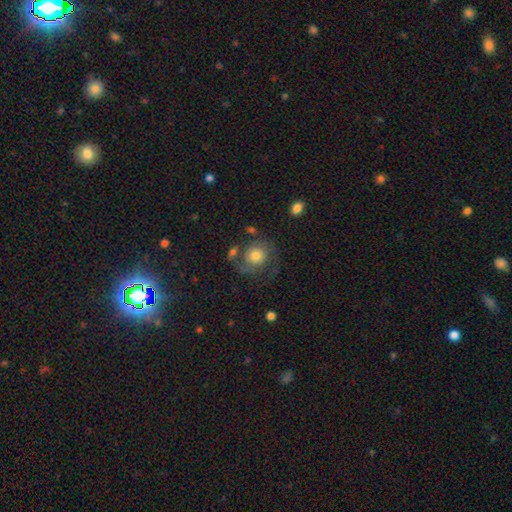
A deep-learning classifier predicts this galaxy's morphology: This is possibly a featured or disk galaxy (52%). It is clearly not viewed edge-on (97%). Bar: clearly no (83%). Spiral arm pattern: likely yes (79%). Central bulge: likely moderate (61%). Merging: possibly none (57%).